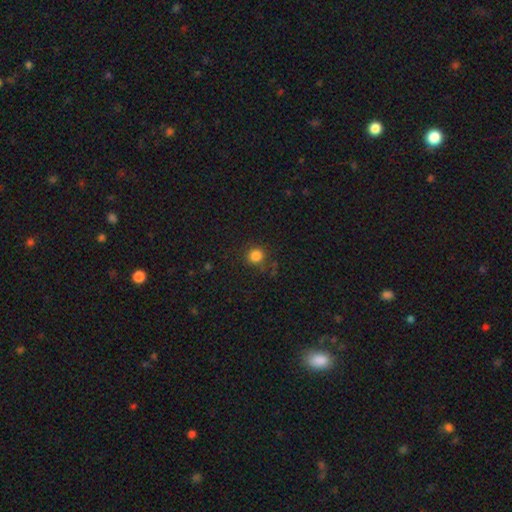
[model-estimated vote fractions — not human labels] smooth-or-featured: smooth: 83% | star or artifact: 13% | featured or disk: 4%
  how-rounded: round: 91% | in between: 8% | cigar-shaped: 1%
  merging: none: 83% | minor disturbance: 11% | major disturbance: 4% | merger: 2%